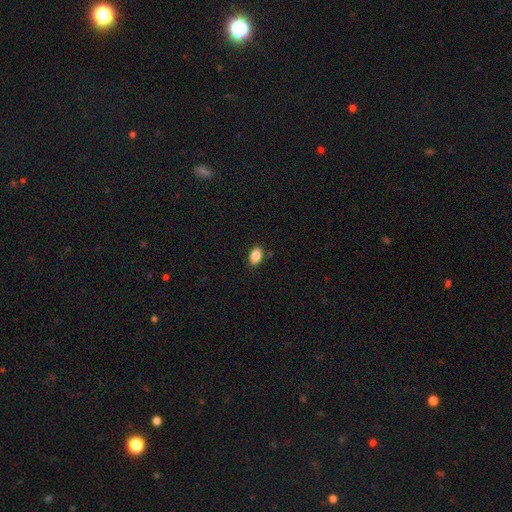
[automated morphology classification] Overall: smooth (88%). How rounded: in between (91%). Merging: none (87%).